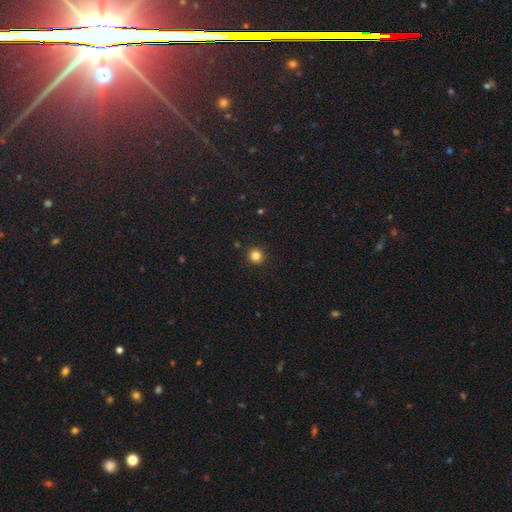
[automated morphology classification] Smooth or featured: smooth — 83% (star or artifact — 13%)
How rounded: round — 93% (in between — 6%)
Merging: none — 93% (minor disturbance — 5%)